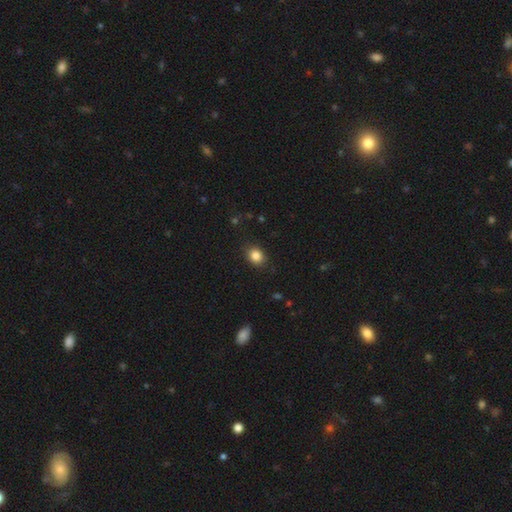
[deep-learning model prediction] Smooth or featured? smooth (85%)
How rounded? round (53%)
Merging? none (86%)